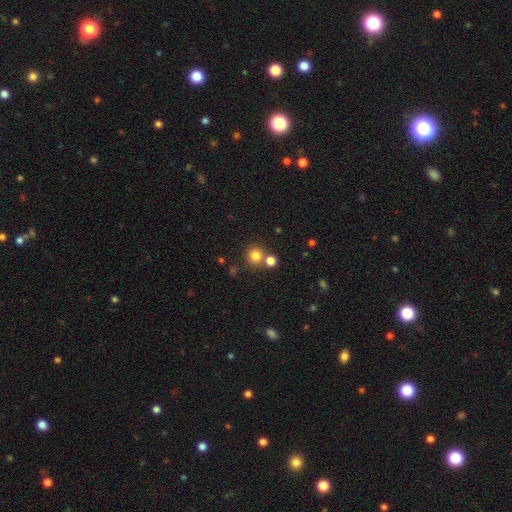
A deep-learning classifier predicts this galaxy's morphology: Smooth or featured? Predicted: smooth (p=0.80). How rounded? Predicted: round (p=0.92). Merging? Predicted: none (p=0.70).